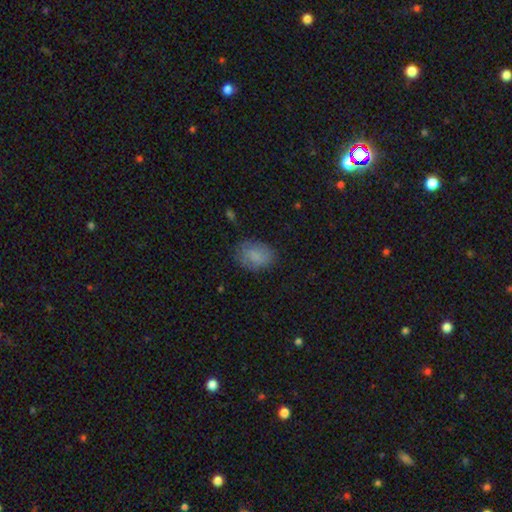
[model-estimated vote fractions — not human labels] Smooth or featured? Predicted: smooth (p=0.83). How rounded? Predicted: in between (p=0.76). Merging? Predicted: none (p=0.75).